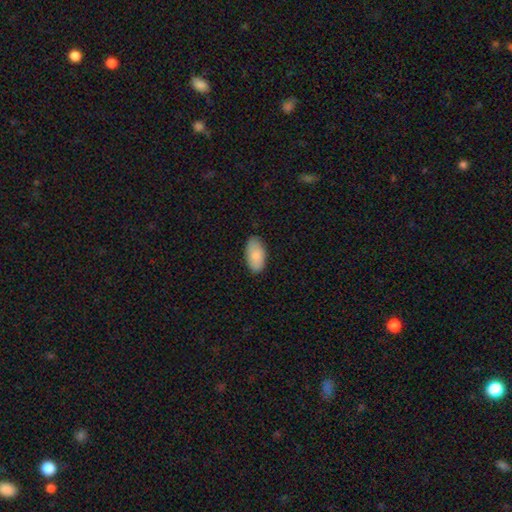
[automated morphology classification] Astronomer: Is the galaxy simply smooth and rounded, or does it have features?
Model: smooth — 87%.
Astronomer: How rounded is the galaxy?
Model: in between — 95%.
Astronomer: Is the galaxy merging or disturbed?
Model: none — 85%.